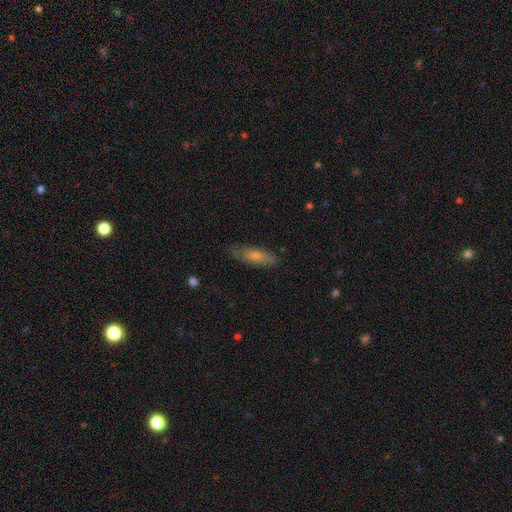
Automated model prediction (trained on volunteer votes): This is possibly a smooth galaxy (57%). How rounded: possibly cigar-shaped (52%). Merging: clearly none (82%).